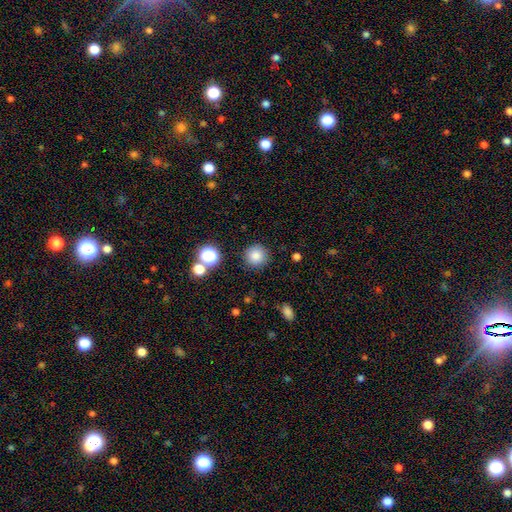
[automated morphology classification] The model was most divided on "smooth or featured": smooth: 83%, star or artifact: 12%, featured or disk: 5%. More confident: how rounded — round (95%); merging — none (88%).